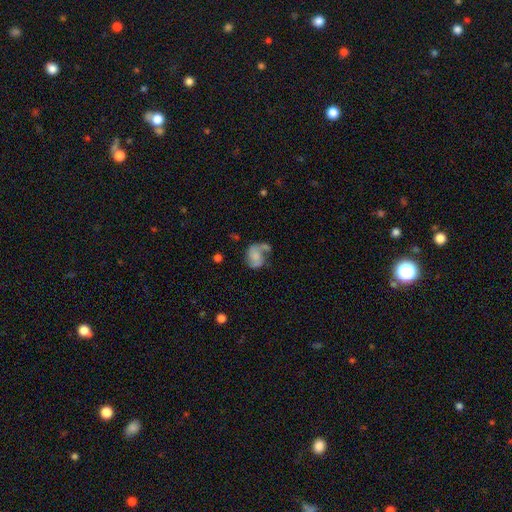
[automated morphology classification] This appears to be a featured or disk galaxy (53%) with no bar (70%), spiral arms (77%) and no central bulge (42%). Merging: none (35%).